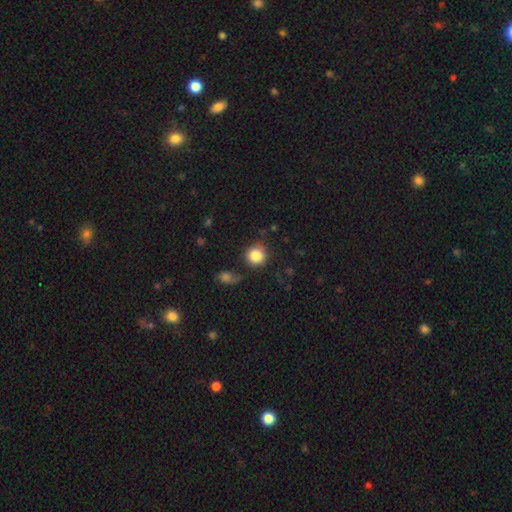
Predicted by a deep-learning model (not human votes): Smooth or featured: smooth — 85% (star or artifact — 9%)
How rounded: round — 91% (in between — 8%)
Merging: none — 79% (minor disturbance — 12%)